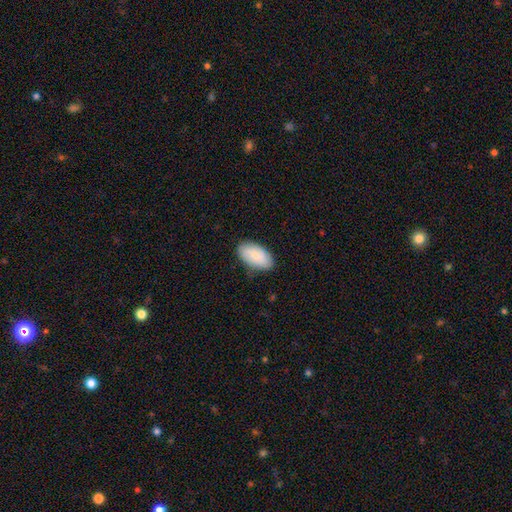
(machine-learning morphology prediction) A smooth galaxy with no disk features (84%) that is in between round and cigar-shaped (95%).

Vote fractions:
- Smooth or featured? smooth: 84% / featured or disk: 10% / star or artifact: 6%
- How rounded? in between: 95% / round: 3% / cigar-shaped: 2%
- Merging? none: 81% / minor disturbance: 15% / major disturbance: 3% / merger: 1%